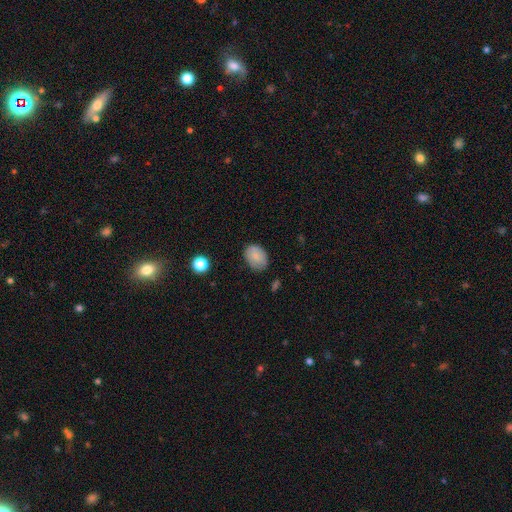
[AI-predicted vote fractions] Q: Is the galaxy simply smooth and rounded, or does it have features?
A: smooth — 83%.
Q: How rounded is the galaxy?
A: in between — 75%.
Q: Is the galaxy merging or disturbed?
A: none — 79%.